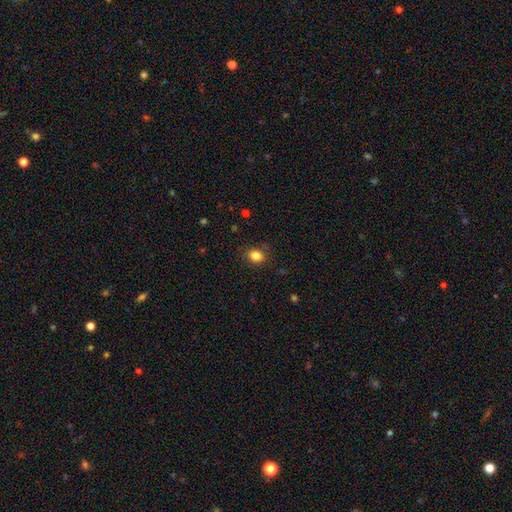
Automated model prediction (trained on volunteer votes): A smooth galaxy with no disk features (83%) that is in between round and cigar-shaped (55%). Merging: none (84%).